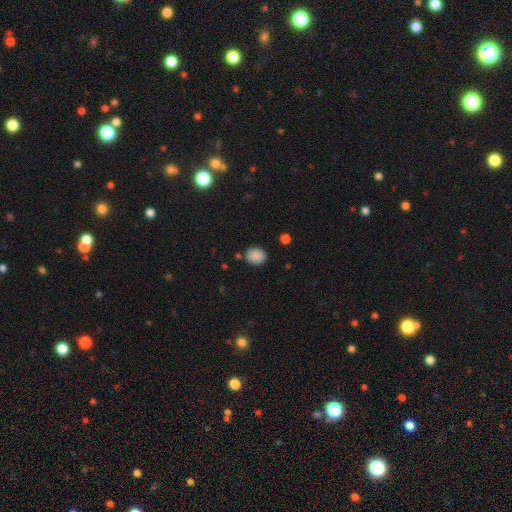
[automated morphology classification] Smooth or featured?
  - smooth: 88% *
  - star or artifact: 9%
  - featured or disk: 3%
How rounded?
  - round: 53% *
  - in between: 46%
  - cigar-shaped: 1%
Merging?
  - none: 83% *
  - minor disturbance: 11%
  - major disturbance: 3%
  - merger: 3%